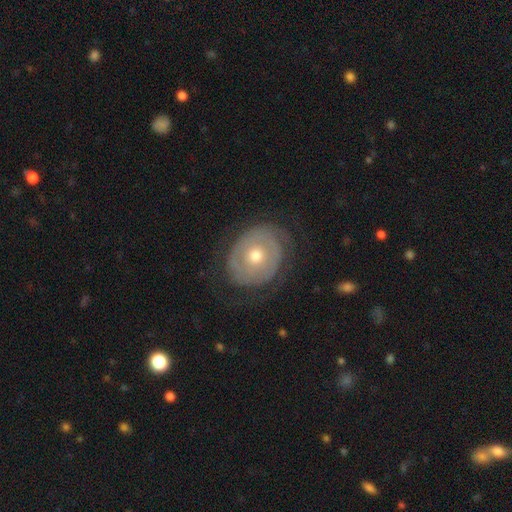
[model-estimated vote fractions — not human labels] Smooth or featured: featured or disk — 68% (smooth — 26%)
Edge-on disk: no — 96% (yes — 4%)
Bar: no — 84% (weak — 12%)
Spiral arms: yes — 56% (no — 44%)
Bulge size: moderate — 70% (small — 25%)
Merging: none — 77% (minor disturbance — 15%)